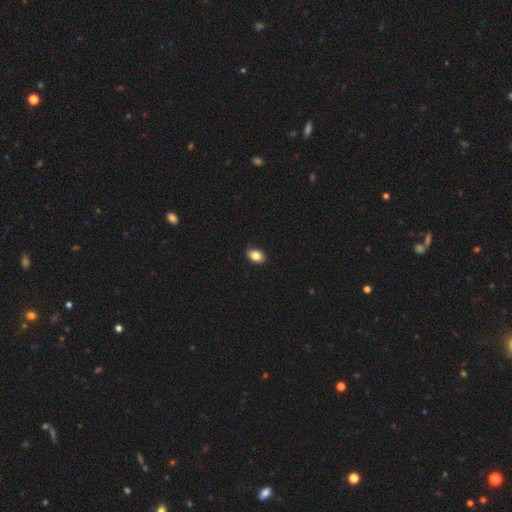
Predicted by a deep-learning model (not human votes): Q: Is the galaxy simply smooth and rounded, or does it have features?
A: smooth — 84%.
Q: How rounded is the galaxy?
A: in between — 79%.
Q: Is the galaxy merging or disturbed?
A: none — 86%.